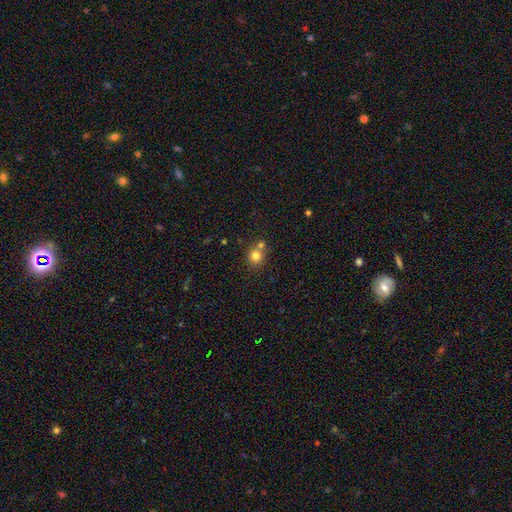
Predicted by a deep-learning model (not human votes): Morphology: type=smooth (79%); roundness=round (85%); merging=none (54%).